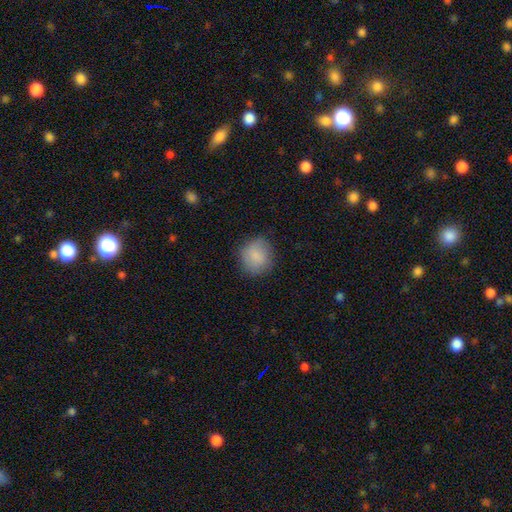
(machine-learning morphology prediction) Smooth or featured: smooth — 85% (featured or disk — 8%)
How rounded: round — 88% (in between — 11%)
Merging: none — 82% (minor disturbance — 14%)